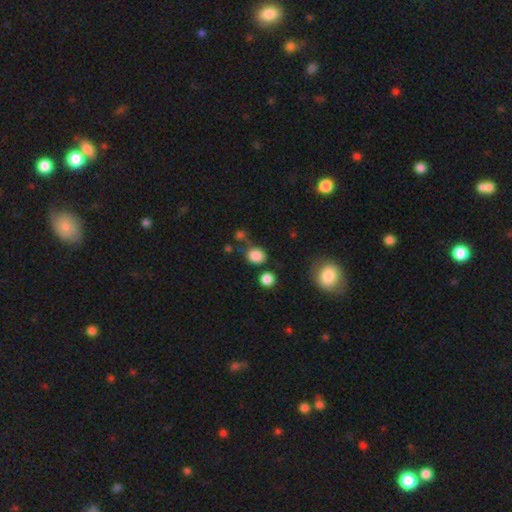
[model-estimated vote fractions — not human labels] Q: Smooth or featured?
A: smooth (84%); runner-up: star or artifact (12%)
Q: How rounded?
A: round (70%); runner-up: in between (29%)
Q: Merging?
A: none (70%); runner-up: minor disturbance (14%)